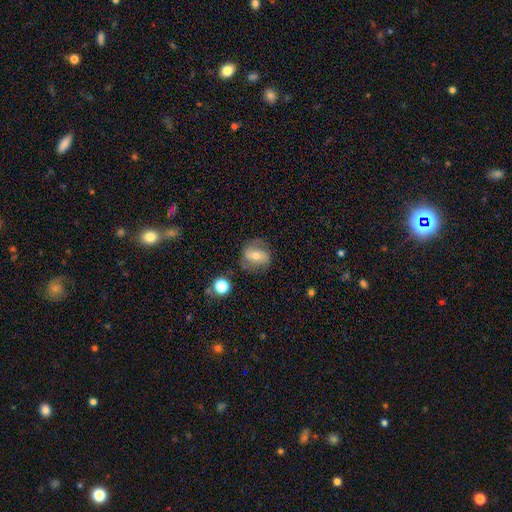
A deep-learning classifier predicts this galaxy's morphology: A featured or disk galaxy (54%) with a strong bar (39%), spiral arms (76%) and a moderate central bulge (60%).

Vote fractions:
- Smooth or featured? featured or disk: 54% / smooth: 37% / star or artifact: 9%
- Edge-on disk? no: 95% / yes: 5%
- Bar? strong: 39% / weak: 35% / no: 26%
- Spiral arms? yes: 76% / no: 24%
- Bulge size? moderate: 60% / small: 32% / large: 5% / none: 2% / dominant: 1%
- Merging? none: 74% / minor disturbance: 17% / major disturbance: 7% / merger: 2%